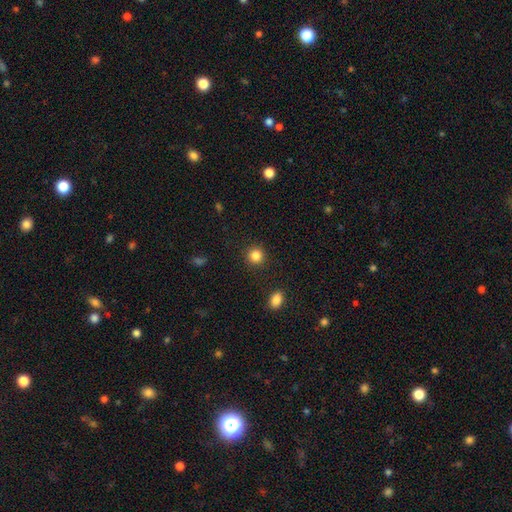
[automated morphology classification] Smooth or featured: smooth — 85% (star or artifact — 11%)
How rounded: round — 92% (in between — 7%)
Merging: none — 91% (minor disturbance — 5%)